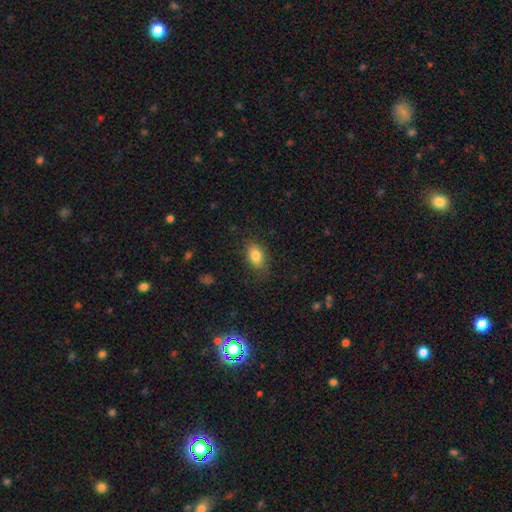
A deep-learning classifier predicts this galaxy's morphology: Q: Smooth or featured?
A: smooth (82%); runner-up: featured or disk (9%)
Q: How rounded?
A: in between (85%); runner-up: round (13%)
Q: Merging?
A: none (78%); runner-up: minor disturbance (17%)